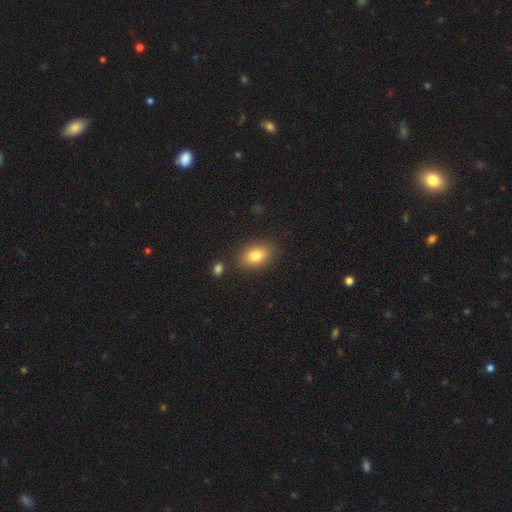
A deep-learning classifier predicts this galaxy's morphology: A smooth galaxy with no disk features (82%) that is in between round and cigar-shaped (81%). Merging: none (82%).